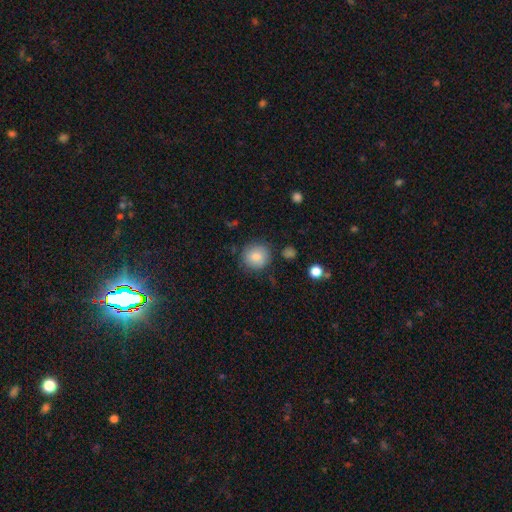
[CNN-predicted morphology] This appears to be a smooth galaxy with no disk features (82%) that is round (91%). Merging: none (83%).